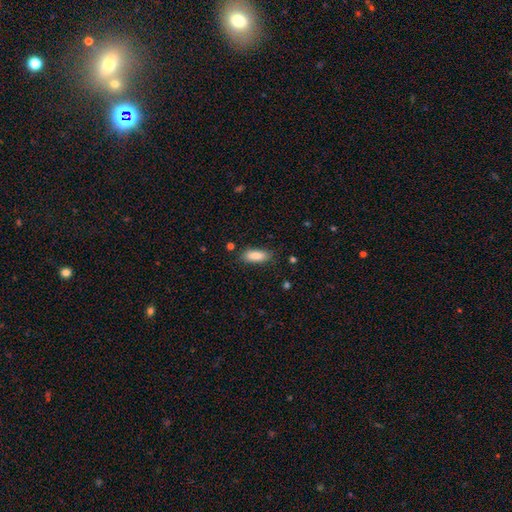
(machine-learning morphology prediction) Smooth or featured? Predicted: smooth (p=0.87). How rounded? Predicted: in between (p=0.74). Merging? Predicted: none (p=0.83).